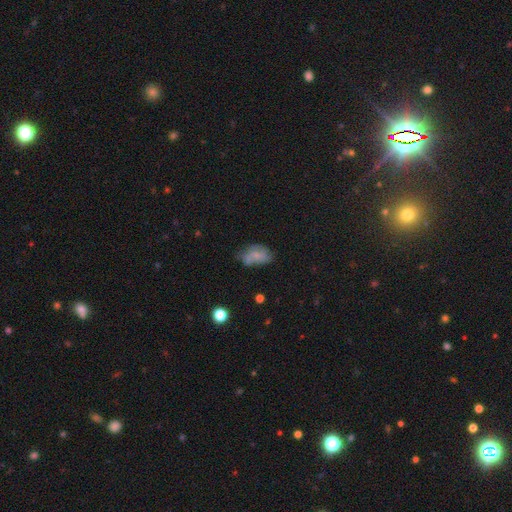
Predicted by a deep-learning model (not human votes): smooth 54%, featured or disk 36%, star or artifact 10%. Down the decision tree: how rounded — in between (88%); merging — none (44%).